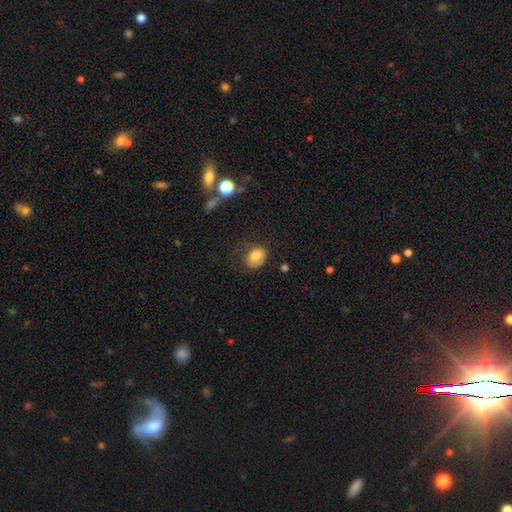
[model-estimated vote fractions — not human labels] Smooth or featured: smooth — 77% (featured or disk — 14%)
How rounded: in between — 59% (round — 40%)
Merging: none — 48% (minor disturbance — 28%)